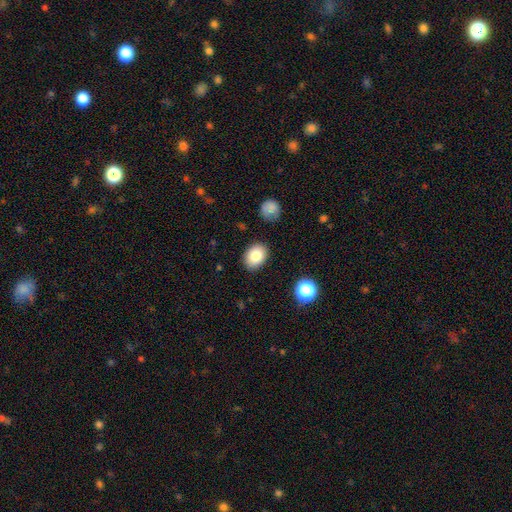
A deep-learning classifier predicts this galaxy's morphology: smooth 83%, star or artifact 9%, featured or disk 8%. Down the decision tree: how rounded — in between (69%); merging — none (86%).